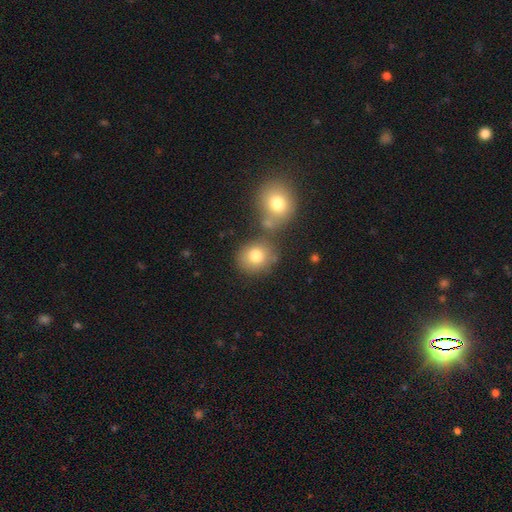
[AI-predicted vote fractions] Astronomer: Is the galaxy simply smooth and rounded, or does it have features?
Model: smooth — 79%.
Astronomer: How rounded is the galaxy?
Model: round — 79%.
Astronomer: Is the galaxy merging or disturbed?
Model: none — 64%.